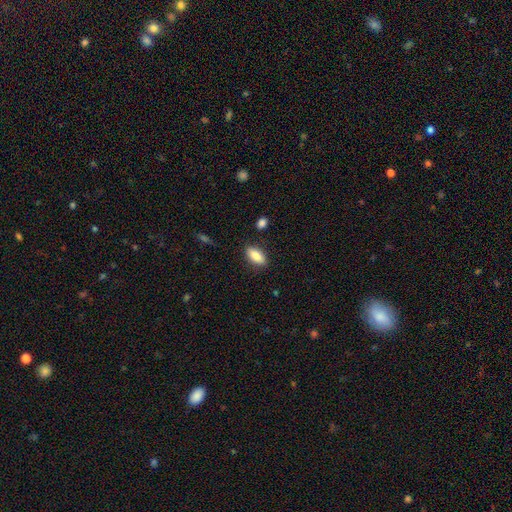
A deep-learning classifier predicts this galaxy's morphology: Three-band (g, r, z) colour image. It shows a smooth galaxy with no disk features (85%) that is in between round and cigar-shaped (87%). Merging: none (85%).